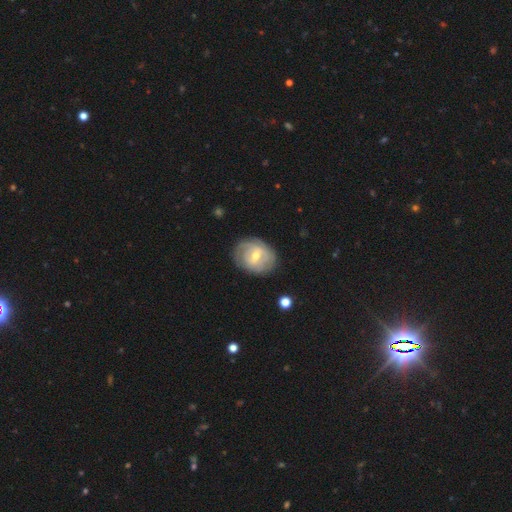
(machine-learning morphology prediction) featured or disk 72%, smooth 22%, star or artifact 6%. Down the decision tree: edge-on disk — no (96%); bar — weak (56%); spiral arms — yes (80%); spiral arm count — can't tell (43%); spiral winding — tight (64%); bulge size — moderate (56%); merging — none (75%).